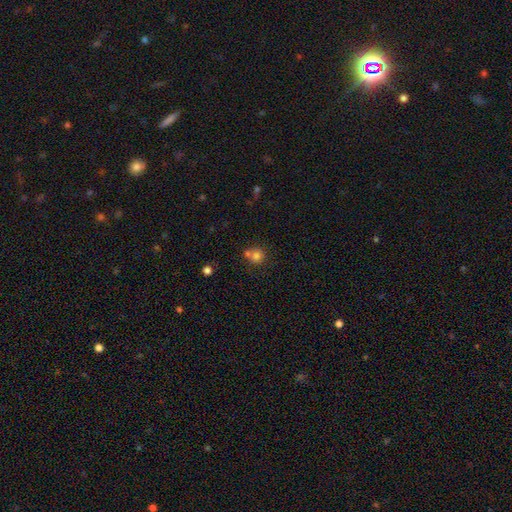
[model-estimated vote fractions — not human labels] Smooth or featured? smooth (76%)
How rounded? round (87%)
Merging? none (51%)